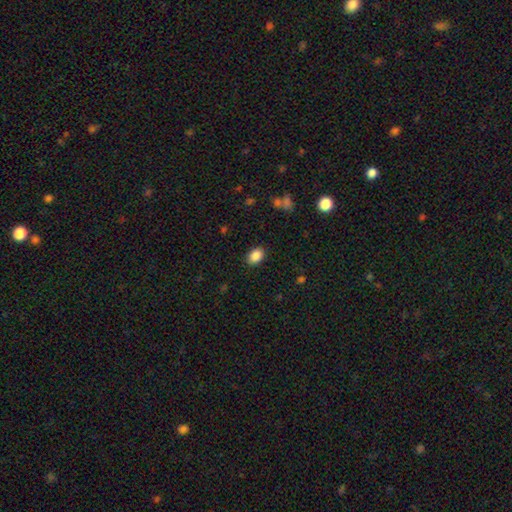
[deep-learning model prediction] smooth-or-featured: smooth: 88% | star or artifact: 8% | featured or disk: 4%
  how-rounded: in between: 82% | round: 17% | cigar-shaped: 1%
  merging: none: 88% | minor disturbance: 9% | major disturbance: 2% | merger: 1%